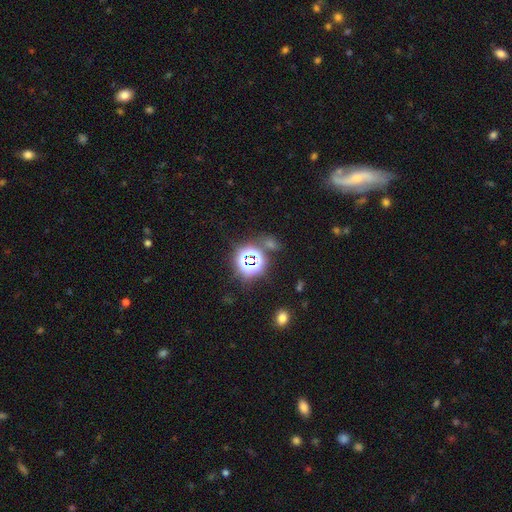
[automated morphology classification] This is likely a star or artifact rather than a galaxy (63%).